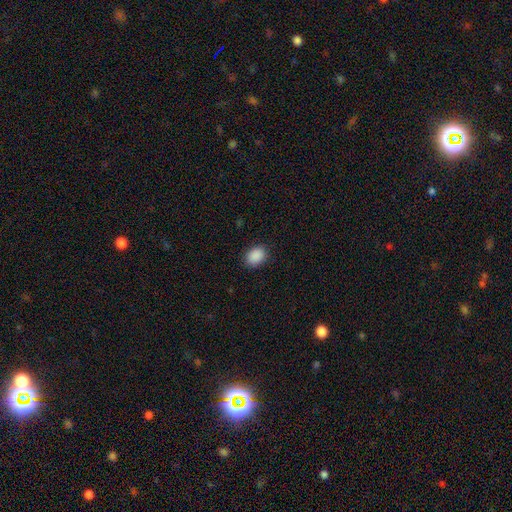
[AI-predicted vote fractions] Q: Smooth or featured?
A: smooth (90%); runner-up: star or artifact (8%)
Q: How rounded?
A: in between (73%); runner-up: round (26%)
Q: Merging?
A: none (88%); runner-up: minor disturbance (9%)